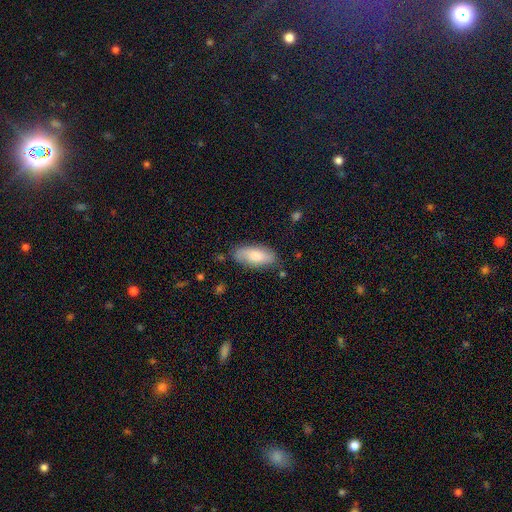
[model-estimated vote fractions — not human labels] The model was most divided on "smooth or featured": smooth: 75%, featured or disk: 19%, star or artifact: 6%. More confident: how rounded — in between (86%); merging — none (80%).